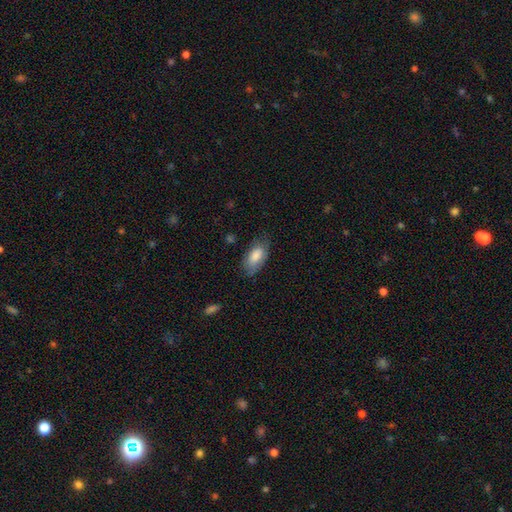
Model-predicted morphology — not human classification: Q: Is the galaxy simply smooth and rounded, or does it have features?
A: smooth — 80%.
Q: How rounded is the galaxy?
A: in between — 92%.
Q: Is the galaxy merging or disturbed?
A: none — 68%.